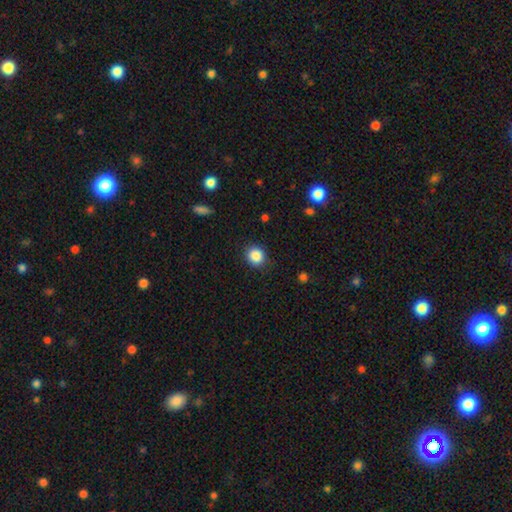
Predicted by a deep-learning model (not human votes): smooth-or-featured: smooth: 87% | star or artifact: 10% | featured or disk: 4%
  how-rounded: round: 82% | in between: 17% | cigar-shaped: 1%
  merging: none: 88% | minor disturbance: 9% | major disturbance: 3% | merger: 1%